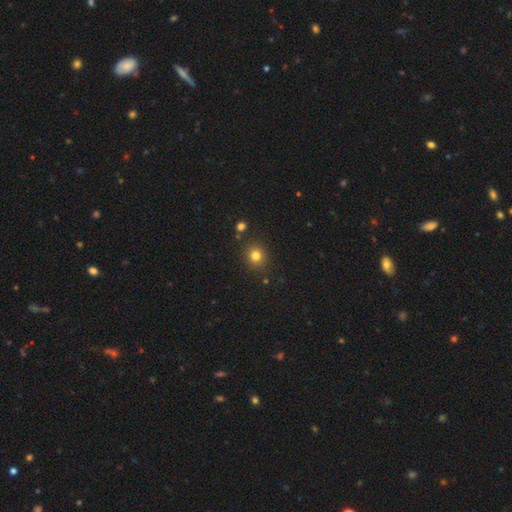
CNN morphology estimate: A smooth galaxy with no disk features (80%) that is round (85%).

Vote fractions:
- Smooth or featured? smooth: 80% / star or artifact: 14% / featured or disk: 6%
- How rounded? round: 85% / in between: 15% / cigar-shaped: 1%
- Merging? none: 86% / minor disturbance: 8% / merger: 4% / major disturbance: 3%